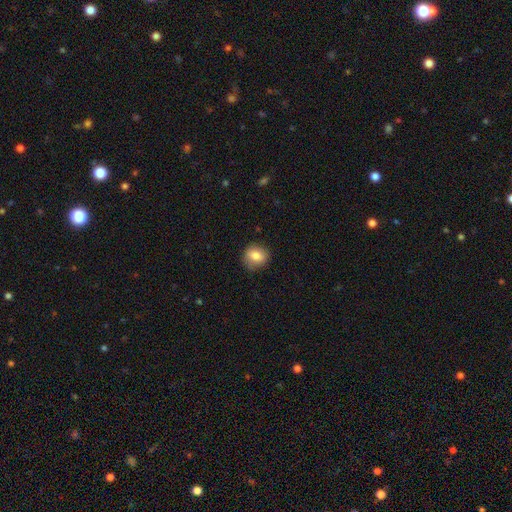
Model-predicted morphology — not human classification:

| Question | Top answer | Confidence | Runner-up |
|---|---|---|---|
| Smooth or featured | smooth | 79% | featured or disk (12%) |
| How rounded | round | 71% | in between (28%) |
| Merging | none | 81% | minor disturbance (14%) |